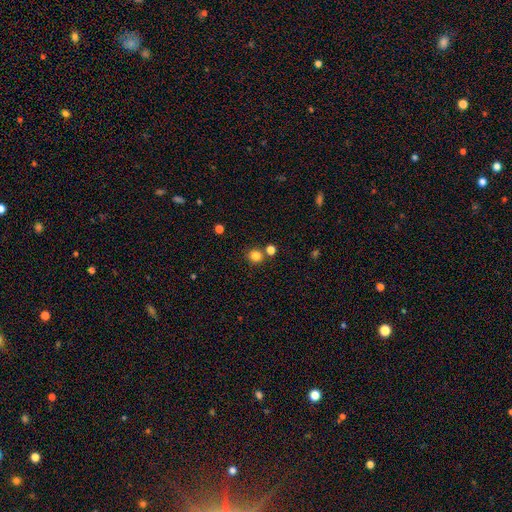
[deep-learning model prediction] smooth 82%, star or artifact 13%, featured or disk 5%. Down the decision tree: how rounded — round (90%); merging — none (77%).